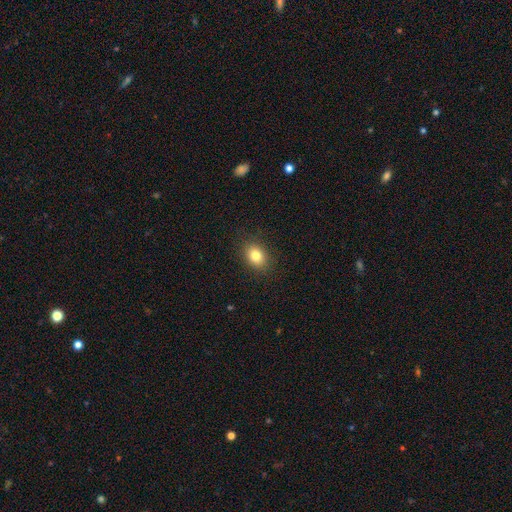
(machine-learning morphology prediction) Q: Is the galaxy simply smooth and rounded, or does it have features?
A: smooth — 82%.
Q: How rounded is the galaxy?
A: in between — 63%.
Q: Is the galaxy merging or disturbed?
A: none — 88%.